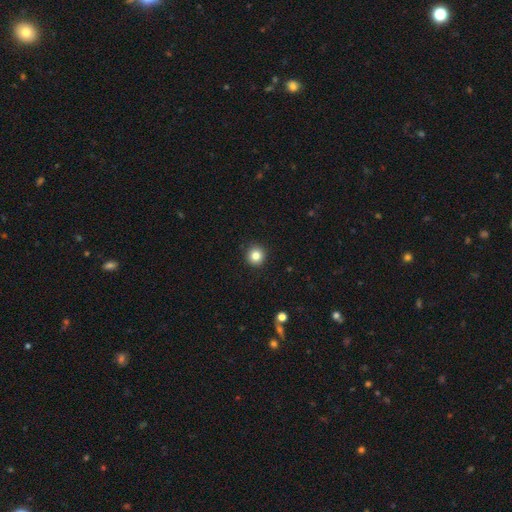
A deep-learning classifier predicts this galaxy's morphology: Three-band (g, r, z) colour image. It shows a smooth galaxy with no disk features (83%) that is round (94%). Merging: none (93%).